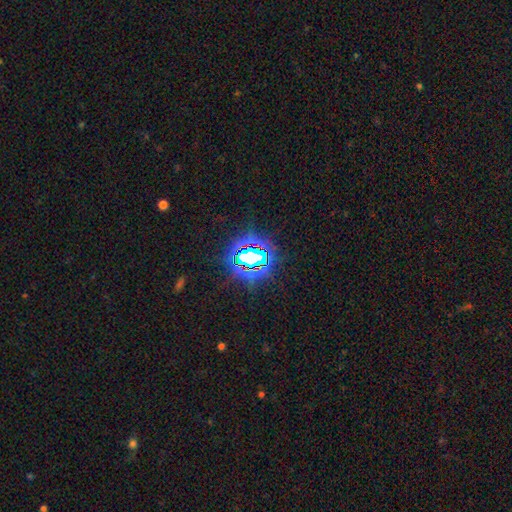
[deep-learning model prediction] Smooth or featured? star or artifact (82%)